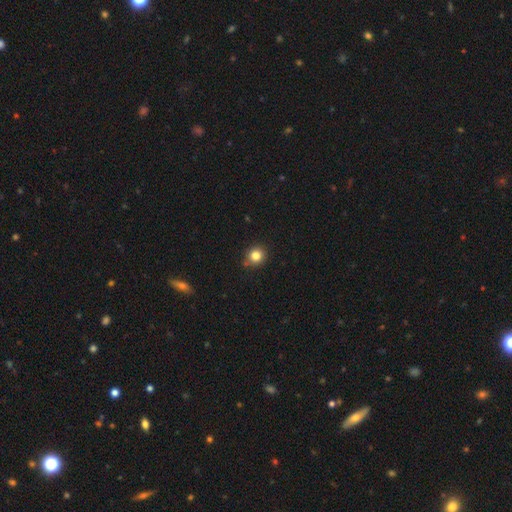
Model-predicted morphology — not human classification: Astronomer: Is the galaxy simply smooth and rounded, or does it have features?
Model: smooth — 82%.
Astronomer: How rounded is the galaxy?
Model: round — 88%.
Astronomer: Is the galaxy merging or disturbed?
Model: none — 83%.